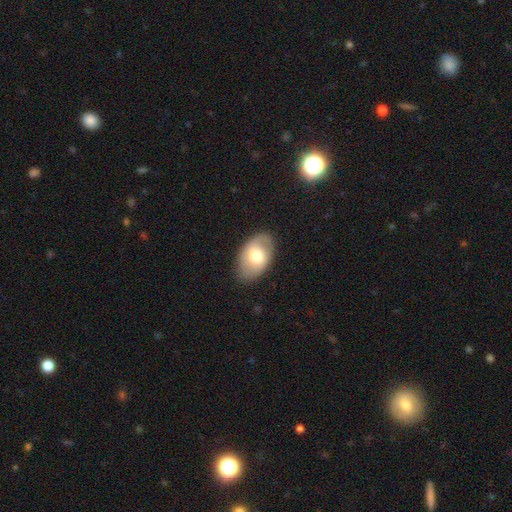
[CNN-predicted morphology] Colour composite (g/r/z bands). It shows a smooth galaxy with no disk features (56%) that is in between round and cigar-shaped (90%). Merging: none (80%).